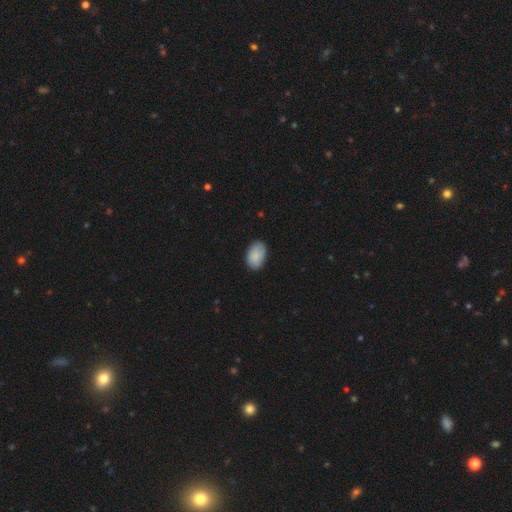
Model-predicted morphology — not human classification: This appears to be a smooth galaxy with no disk features (85%) that is in between round and cigar-shaped (89%). Merging: none (80%).